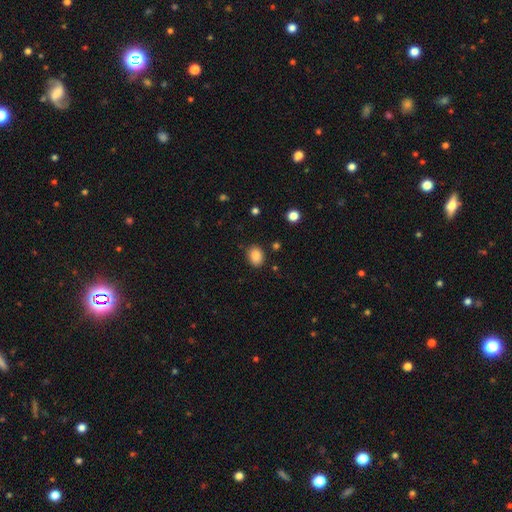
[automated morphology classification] This is clearly a smooth galaxy (87%). How rounded: likely in between (64%). Merging: clearly none (82%).